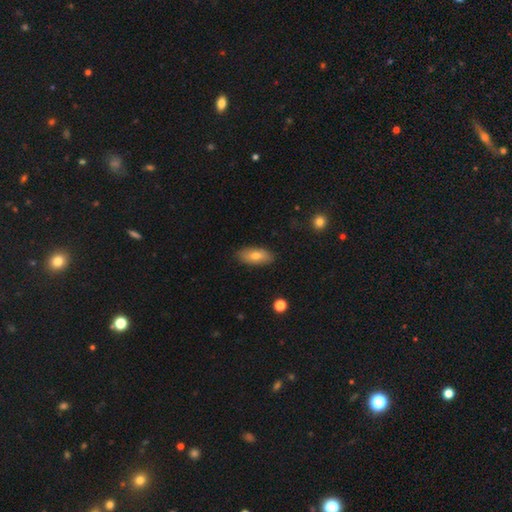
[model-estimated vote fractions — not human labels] Morphology: type=smooth (73%); roundness=in between (88%); merging=none (86%).